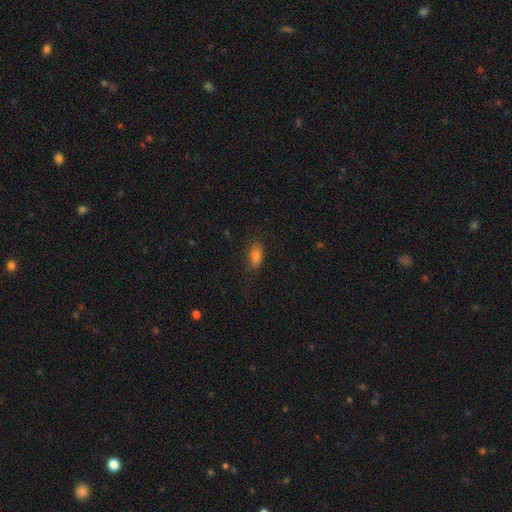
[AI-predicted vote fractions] Overall: smooth (81%). How rounded: in between (81%). Merging: none (78%).